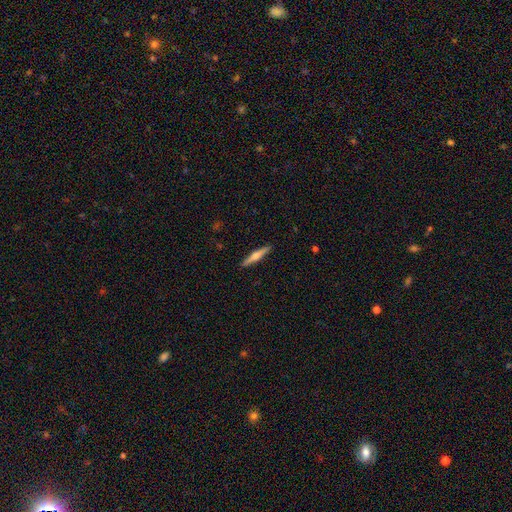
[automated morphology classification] type=featured or disk (57%); edge-on=yes (97%); edge-on bulge=rounded (86%); merging=none (91%).